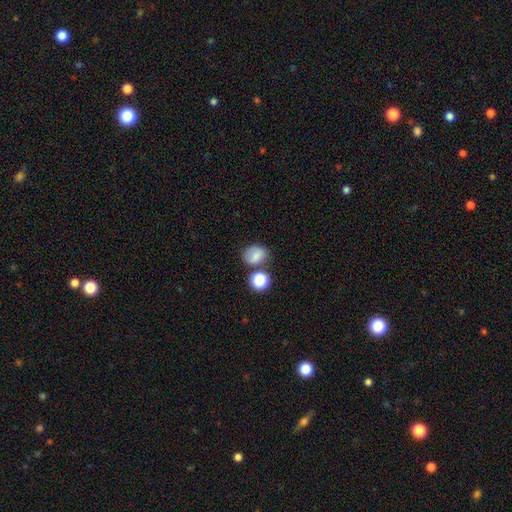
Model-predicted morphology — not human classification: Overall: smooth (78%). How rounded: in between (54%; round 45%). Merging: none (64%).